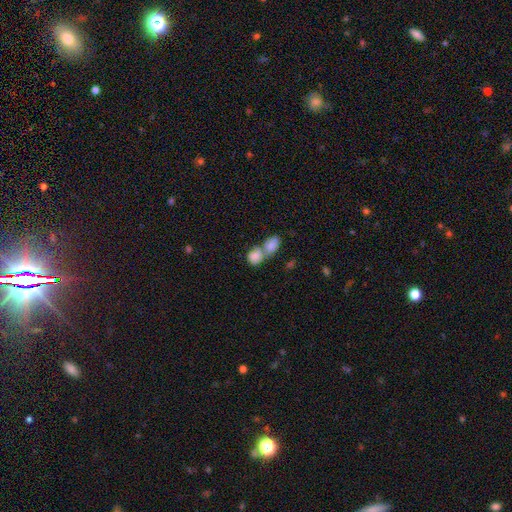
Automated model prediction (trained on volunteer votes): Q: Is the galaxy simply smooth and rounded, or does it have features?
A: smooth — 79%.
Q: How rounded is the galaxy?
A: in between — 62%.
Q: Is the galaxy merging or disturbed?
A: merger — 71%.